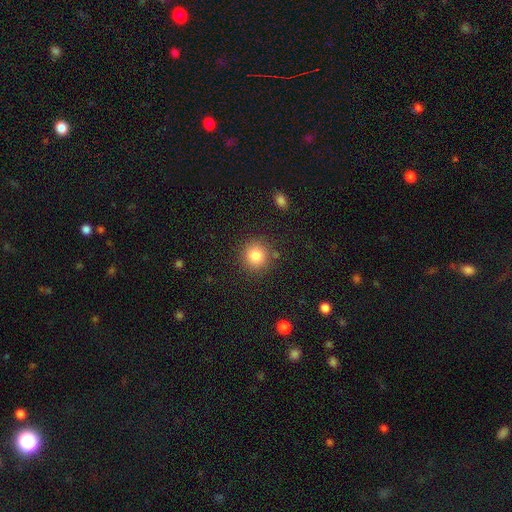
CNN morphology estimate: Smooth or featured? smooth (83%)
How rounded? round (91%)
Merging? none (86%)